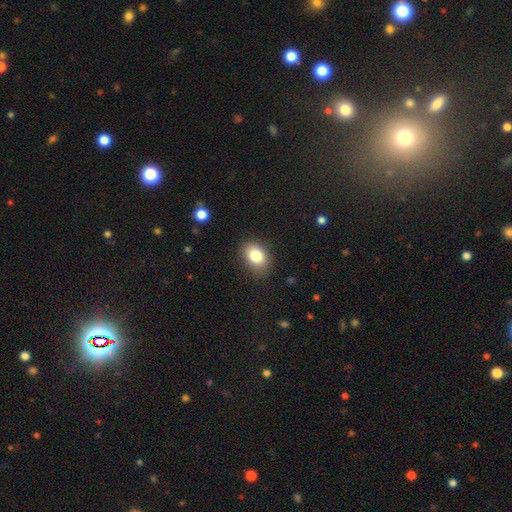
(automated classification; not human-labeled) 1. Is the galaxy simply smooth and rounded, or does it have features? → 82% smooth, 9% star or artifact, 9% featured or disk.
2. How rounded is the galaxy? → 75% in between, 24% round, 1% cigar-shaped.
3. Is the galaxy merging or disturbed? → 83% none, 12% minor disturbance, 3% major disturbance, 1% merger.